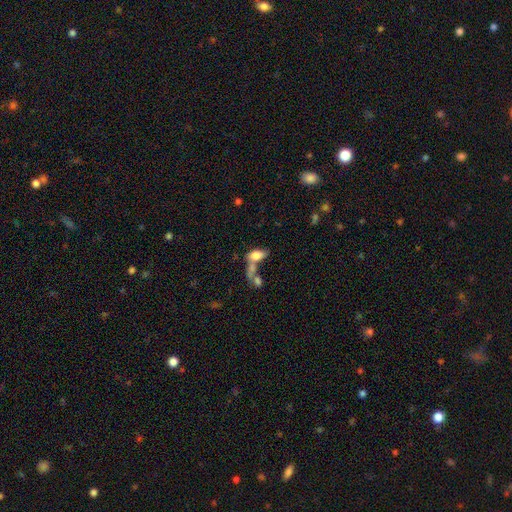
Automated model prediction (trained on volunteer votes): Smooth or featured? Predicted: smooth (p=0.70). How rounded? Predicted: in between (p=0.86). Merging? Predicted: merger (p=0.49).